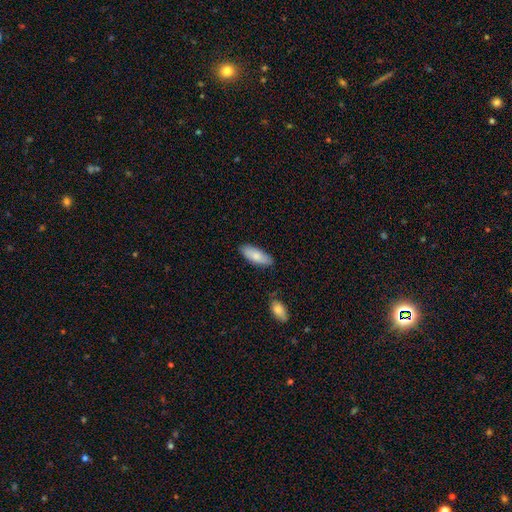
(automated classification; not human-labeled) A smooth galaxy with no disk features (83%) that is in between round and cigar-shaped (75%). Merging: none (82%).